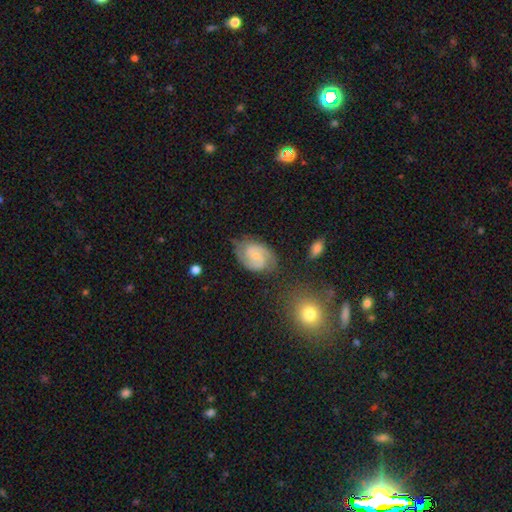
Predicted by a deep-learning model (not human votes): Smooth or featured: featured or disk — 80% (smooth — 14%)
Edge-on disk: no — 98% (yes — 2%)
Bar: no — 54% (weak — 40%)
Spiral arms: yes — 96% (no — 4%)
Spiral winding: medium — 47% (tight — 41%)
Spiral arm count: 2 — 88% (can't tell — 5%)
Bulge size: small — 64% (moderate — 20%)
Merging: none — 76% (minor disturbance — 16%)